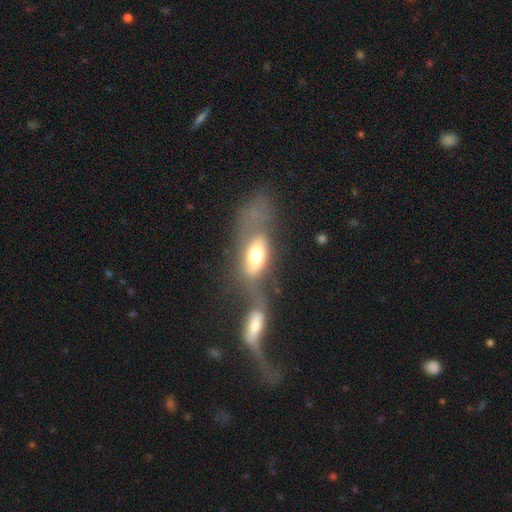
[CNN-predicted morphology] This is possibly a smooth galaxy (54%). How rounded: clearly in between (82%). Merging: possibly merger (48%).